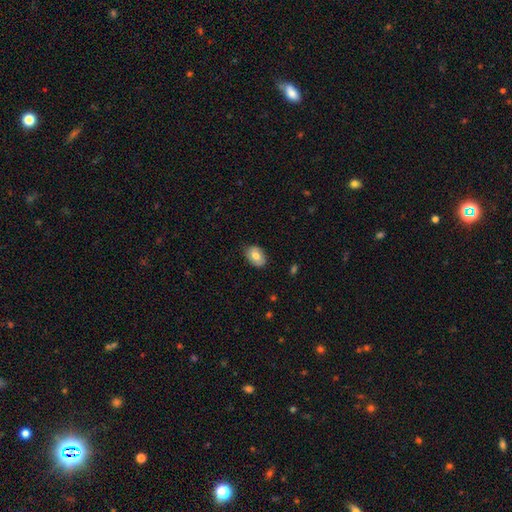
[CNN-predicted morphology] Smooth or featured? smooth (72%)
How rounded? in between (81%)
Merging? none (80%)